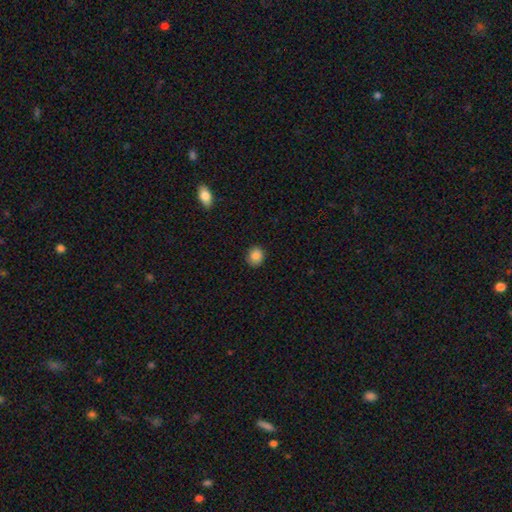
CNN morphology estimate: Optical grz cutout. It shows a smooth galaxy with no disk features (86%) that is round (74%). Merging: none (88%).